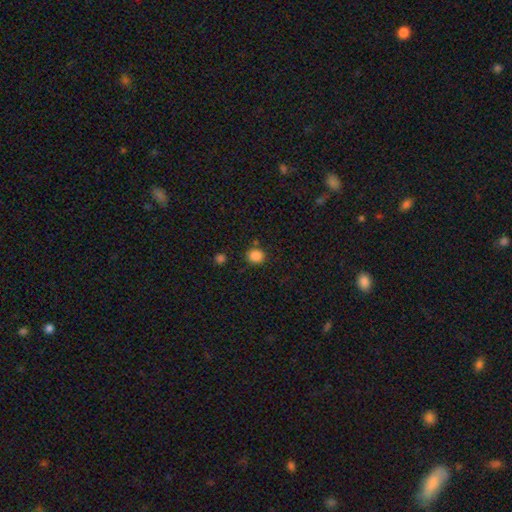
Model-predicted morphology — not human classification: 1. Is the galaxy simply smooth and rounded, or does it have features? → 86% smooth, 11% star or artifact, 3% featured or disk.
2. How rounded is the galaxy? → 79% round, 20% in between, 1% cigar-shaped.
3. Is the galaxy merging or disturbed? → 82% none, 10% minor disturbance, 5% merger, 3% major disturbance.